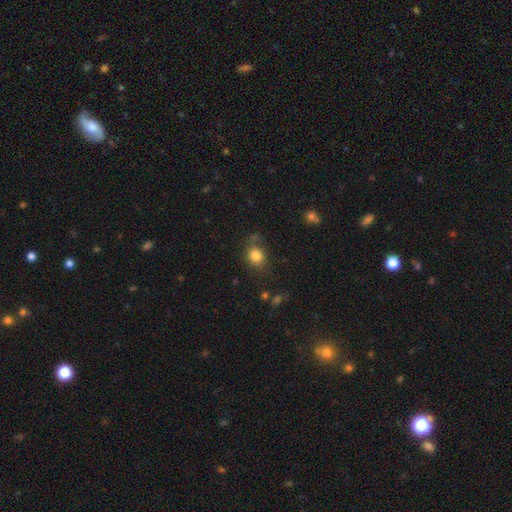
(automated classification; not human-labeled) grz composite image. It shows a smooth galaxy with no disk features (83%) that is round (73%). Merging: none (75%).